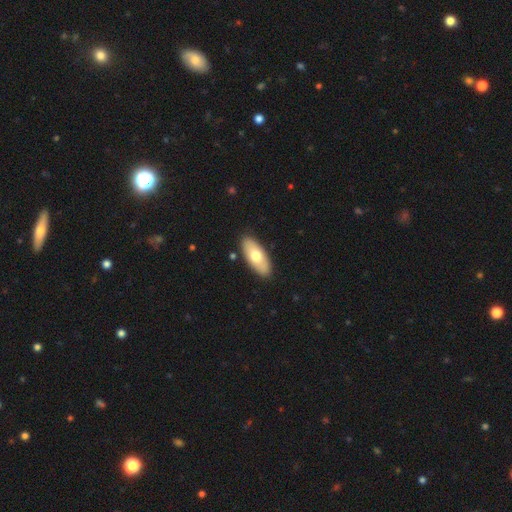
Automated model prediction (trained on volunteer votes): Smooth or featured?
  - smooth: 69% *
  - featured or disk: 26%
  - star or artifact: 5%
How rounded?
  - in between: 84% *
  - cigar-shaped: 13%
  - round: 2%
Merging?
  - none: 88% *
  - minor disturbance: 9%
  - major disturbance: 2%
  - merger: 2%